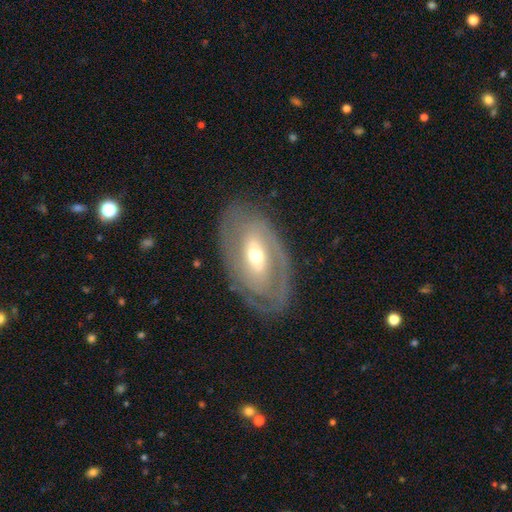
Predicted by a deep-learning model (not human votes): Smooth or featured?
  - featured or disk: 75% *
  - smooth: 19%
  - star or artifact: 6%
Edge-on disk?
  - no: 92% *
  - yes: 8%
Bar?
  - no: 39% *
  - weak: 37%
  - strong: 24%
Spiral arms?
  - yes: 69% *
  - no: 31%
Bulge size?
  - moderate: 56% *
  - small: 38%
  - large: 4%
  - dominant: 1%
  - none: 1%
Merging?
  - none: 78% *
  - minor disturbance: 14%
  - major disturbance: 6%
  - merger: 1%